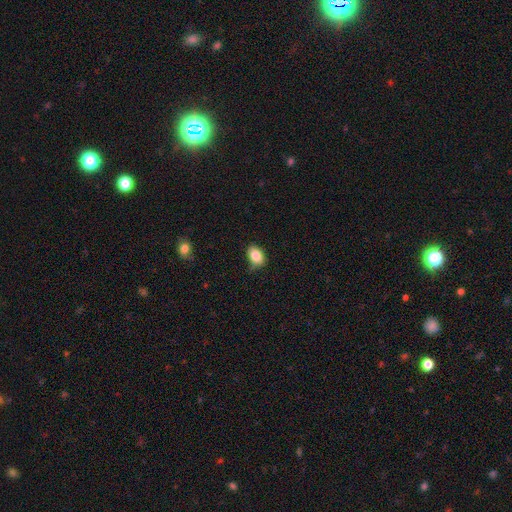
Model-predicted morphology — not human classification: Overall: smooth (84%). How rounded: in between (77%). Merging: none (66%; minor disturbance 27%).